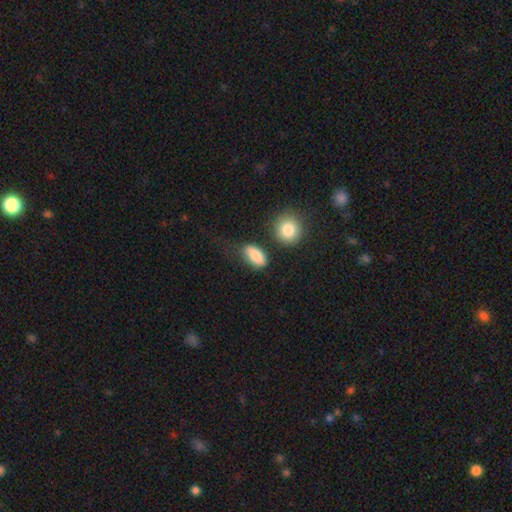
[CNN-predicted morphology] Q: Smooth or featured?
A: smooth (84%); runner-up: featured or disk (9%)
Q: How rounded?
A: in between (85%); runner-up: round (8%)
Q: Merging?
A: none (64%); runner-up: minor disturbance (20%)